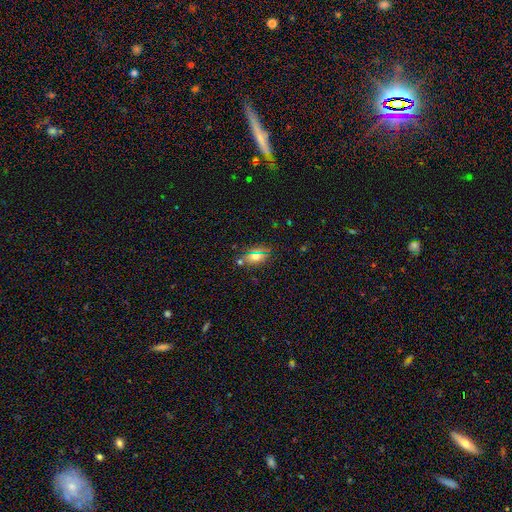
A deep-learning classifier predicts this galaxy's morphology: smooth_or_featured: smooth (p=0.60) [alt: star or artifact p=0.25]
how_rounded: in between (p=0.74) [alt: round p=0.20]
merging: none (p=0.81) [alt: minor disturbance p=0.12]